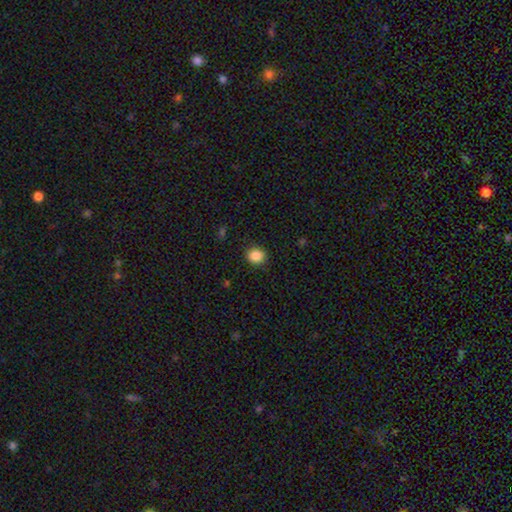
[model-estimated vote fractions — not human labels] Smooth or featured?
  - smooth: 87% *
  - star or artifact: 10%
  - featured or disk: 4%
How rounded?
  - round: 81% *
  - in between: 19%
  - cigar-shaped: 1%
Merging?
  - none: 90% *
  - minor disturbance: 7%
  - major disturbance: 2%
  - merger: 1%